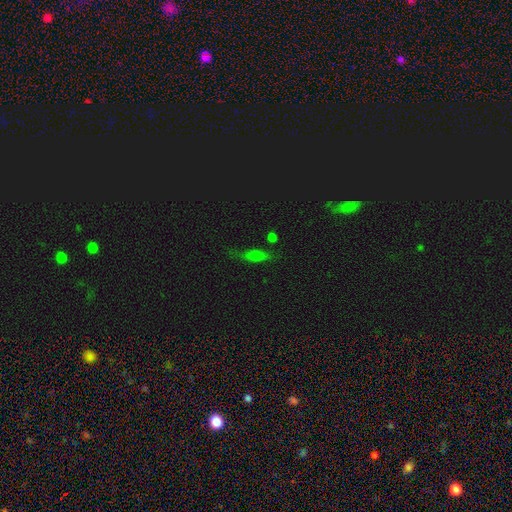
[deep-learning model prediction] This is possibly a smooth galaxy (54%). How rounded: possibly cigar-shaped (49%). Merging: likely none (71%).